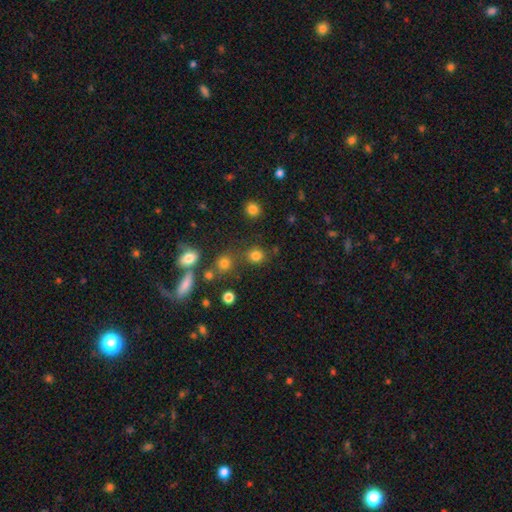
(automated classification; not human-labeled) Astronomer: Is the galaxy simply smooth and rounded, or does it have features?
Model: smooth — 79%.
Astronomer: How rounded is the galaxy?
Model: round — 80%.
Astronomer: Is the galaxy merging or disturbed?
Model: none — 73%.